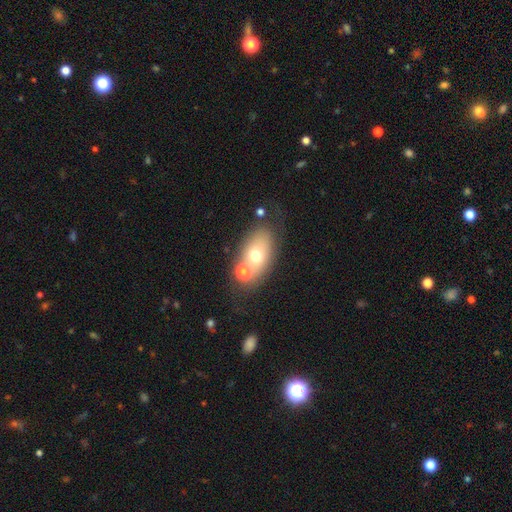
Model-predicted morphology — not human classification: Overall: smooth (63%; featured or disk 25%). How rounded: in between (82%). Merging: none (52%; merger 26%).